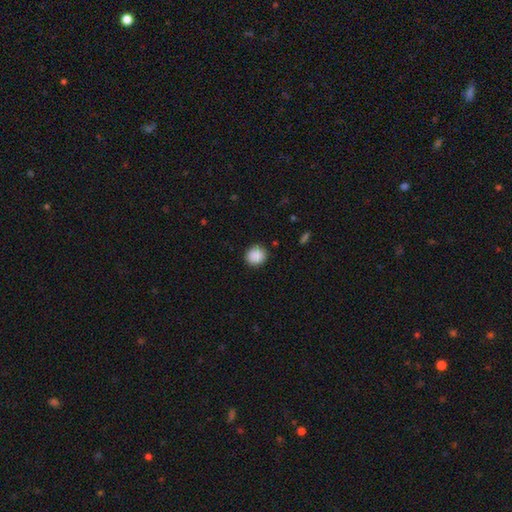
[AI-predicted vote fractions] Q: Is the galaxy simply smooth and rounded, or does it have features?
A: smooth — 89%.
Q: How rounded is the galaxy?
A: round — 89%.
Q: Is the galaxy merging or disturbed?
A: none — 89%.